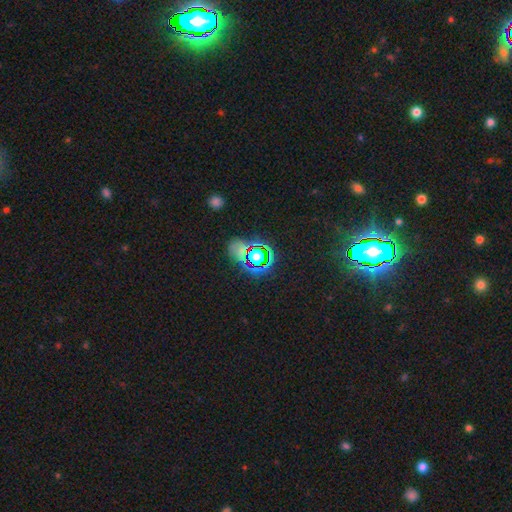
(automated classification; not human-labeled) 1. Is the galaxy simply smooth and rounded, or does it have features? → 56% star or artifact, 31% smooth, 12% featured or disk.